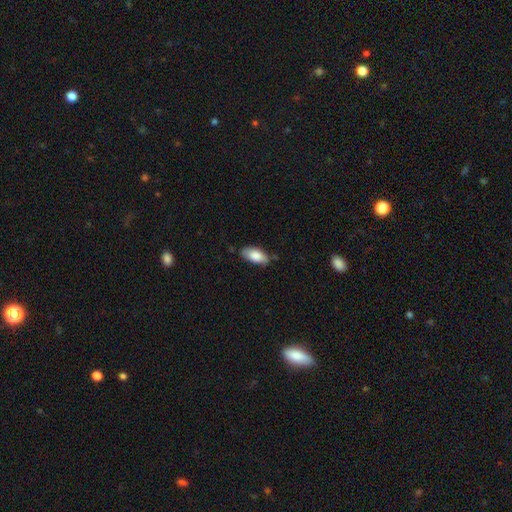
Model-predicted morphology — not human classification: Overall: smooth (81%). How rounded: in between (90%). Merging: none (71%).